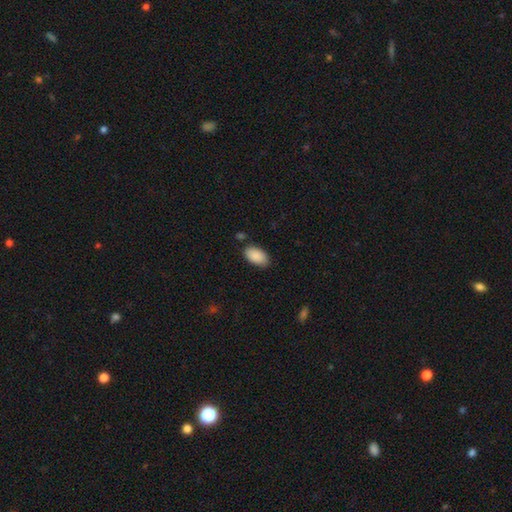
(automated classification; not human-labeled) Morphology: type=smooth (90%); roundness=in between (95%); merging=none (80%).